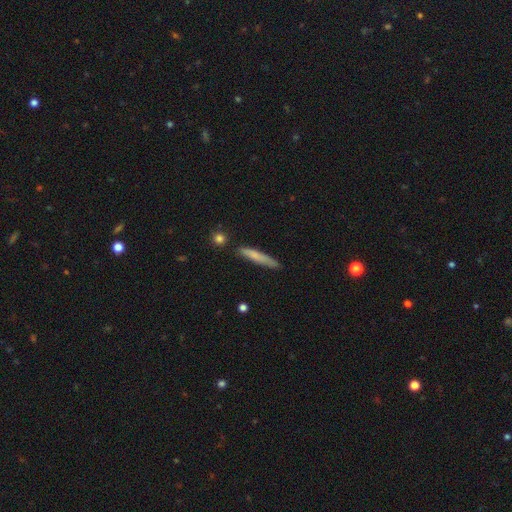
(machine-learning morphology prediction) A smooth galaxy with no disk features (71%) that is cigar-shaped (93%).

Vote fractions:
- Smooth or featured? smooth: 71% / featured or disk: 23% / star or artifact: 6%
- How rounded? cigar-shaped: 93% / in between: 6% / round: 1%
- Merging? none: 79% / minor disturbance: 16% / major disturbance: 3% / merger: 3%